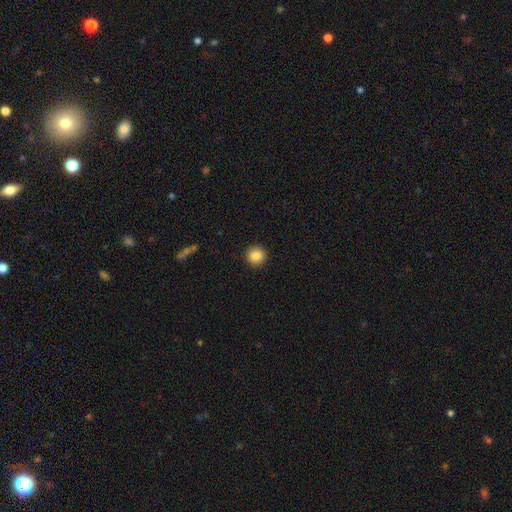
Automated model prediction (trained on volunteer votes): Smooth or featured? Predicted: smooth (p=0.87). How rounded? Predicted: round (p=0.94). Merging? Predicted: none (p=0.92).